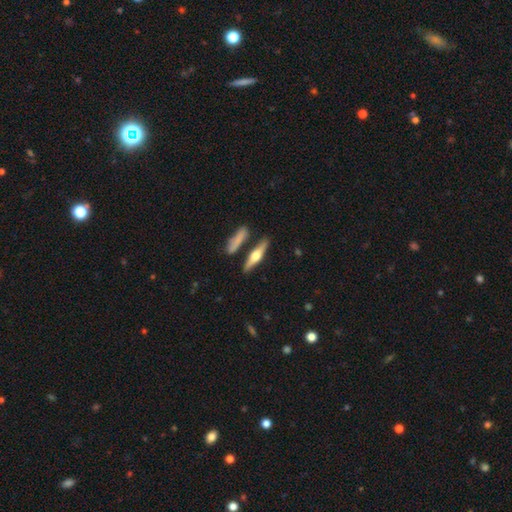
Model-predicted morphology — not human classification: This is possibly a featured or disk galaxy (55%). It is clearly viewed edge-on (94%). Edge-on bulge: clearly rounded (92%). Merging: likely none (80%).